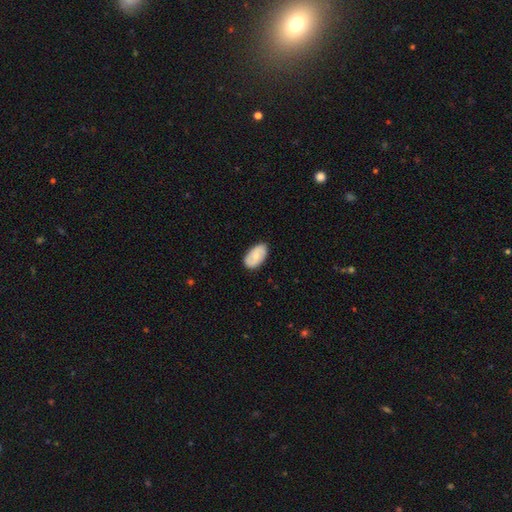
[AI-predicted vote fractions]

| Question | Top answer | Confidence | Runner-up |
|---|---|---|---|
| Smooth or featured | smooth | 58% | featured or disk (37%) |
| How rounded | in between | 93% | round (5%) |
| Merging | none | 84% | minor disturbance (13%) |